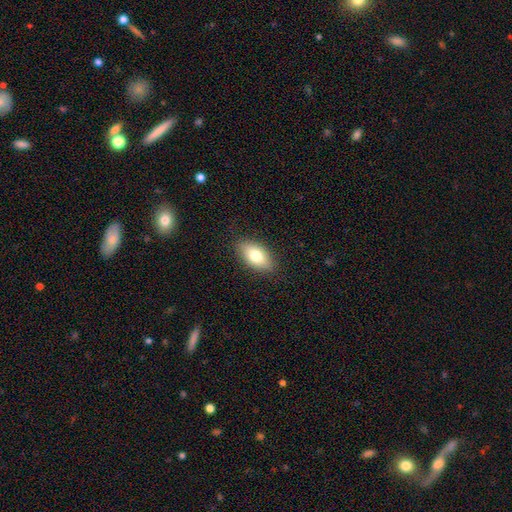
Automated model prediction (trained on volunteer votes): smooth 79%, featured or disk 14%, star or artifact 7%. Down the decision tree: how rounded — in between (92%); merging — none (86%).